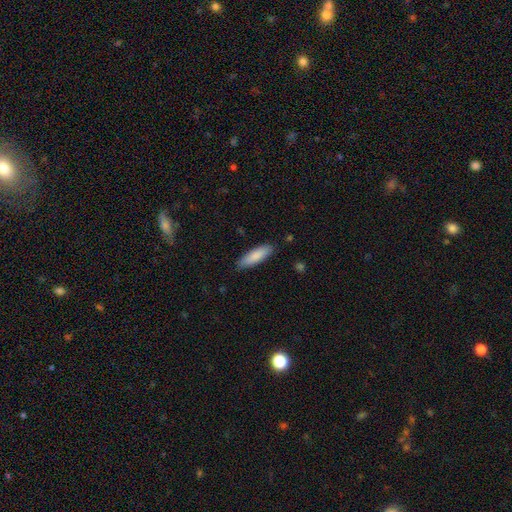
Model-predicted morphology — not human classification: Overall: smooth (86%). How rounded: cigar-shaped (53%; in between 45%). Merging: none (86%).